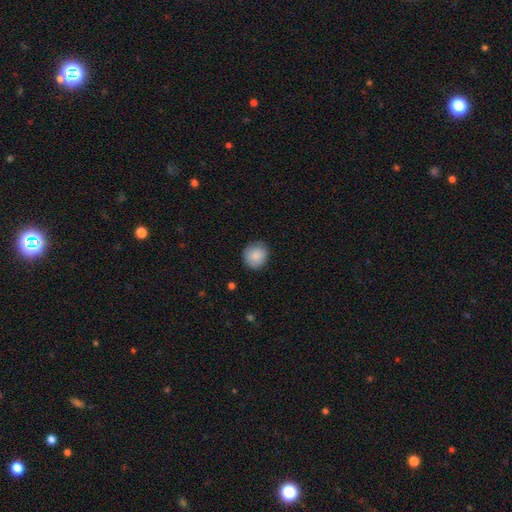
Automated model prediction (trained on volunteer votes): This appears to be a smooth galaxy with no disk features (87%) that is round (87%). Merging: none (83%).